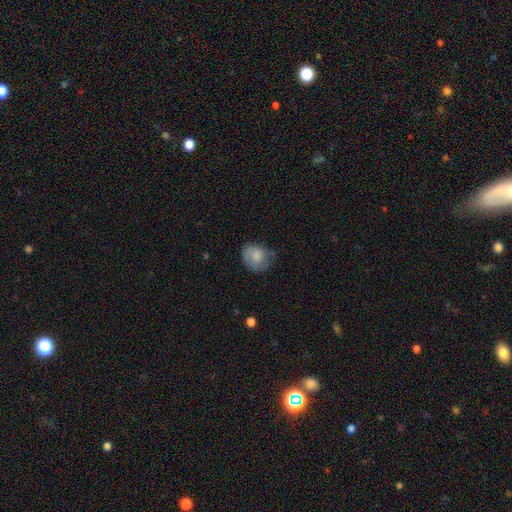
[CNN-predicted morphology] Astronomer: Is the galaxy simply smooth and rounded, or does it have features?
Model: smooth — 79%.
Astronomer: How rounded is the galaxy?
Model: round — 56% (runner-up: in between, 43%).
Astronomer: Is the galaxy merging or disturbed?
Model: none — 49% (runner-up: minor disturbance, 36%).